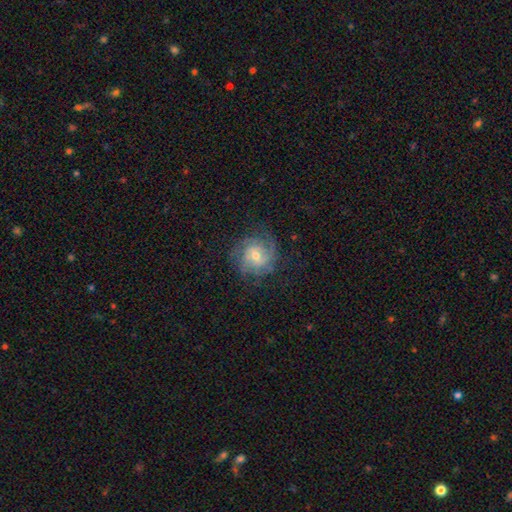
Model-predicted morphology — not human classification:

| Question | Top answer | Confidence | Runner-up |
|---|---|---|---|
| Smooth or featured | featured or disk | 76% | smooth (16%) |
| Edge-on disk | no | 98% | yes (2%) |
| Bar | no | 51% | weak (41%) |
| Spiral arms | yes | 92% | no (8%) |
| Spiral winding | tight | 53% | medium (35%) |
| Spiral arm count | can't tell | 34% | 2 (27%) |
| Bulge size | moderate | 51% | small (44%) |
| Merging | none | 74% | minor disturbance (16%) |